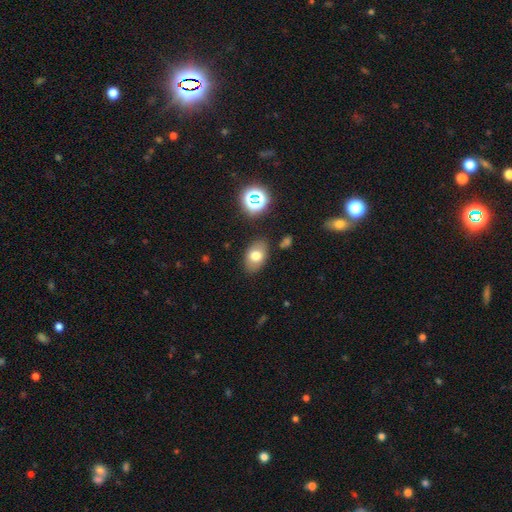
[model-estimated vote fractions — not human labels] Q: Smooth or featured?
A: smooth (72%); runner-up: featured or disk (16%)
Q: How rounded?
A: in between (84%); runner-up: round (14%)
Q: Merging?
A: none (83%); runner-up: minor disturbance (11%)